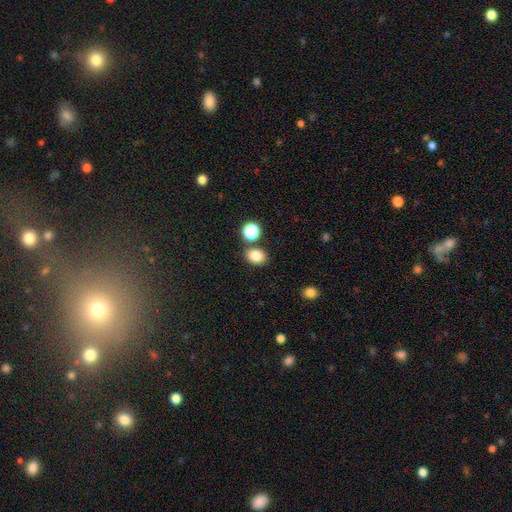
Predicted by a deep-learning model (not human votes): Smooth or featured: smooth — 82% (star or artifact — 12%)
How rounded: in between — 56% (round — 43%)
Merging: none — 77% (merger — 10%)